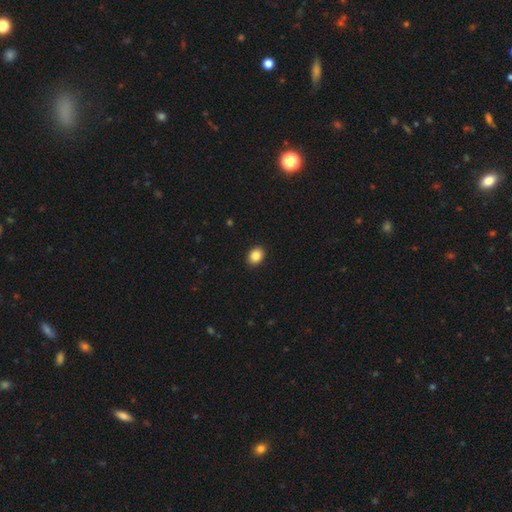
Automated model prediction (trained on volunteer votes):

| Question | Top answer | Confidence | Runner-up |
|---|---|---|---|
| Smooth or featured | smooth | 86% | star or artifact (9%) |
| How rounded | in between | 56% | round (43%) |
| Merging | none | 91% | minor disturbance (6%) |